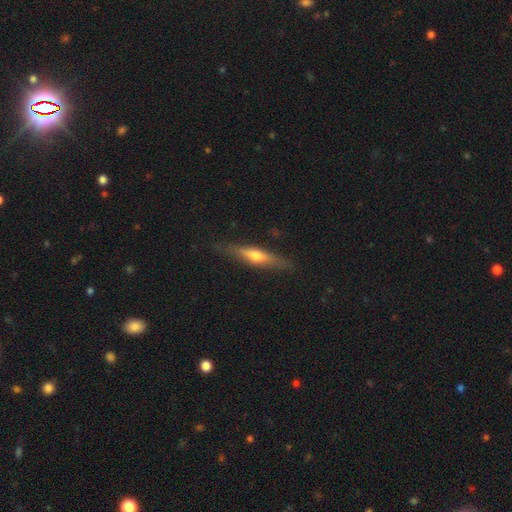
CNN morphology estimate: This is possibly a featured or disk galaxy (53%). It is clearly viewed edge-on (92%). Merging: clearly none (83%).